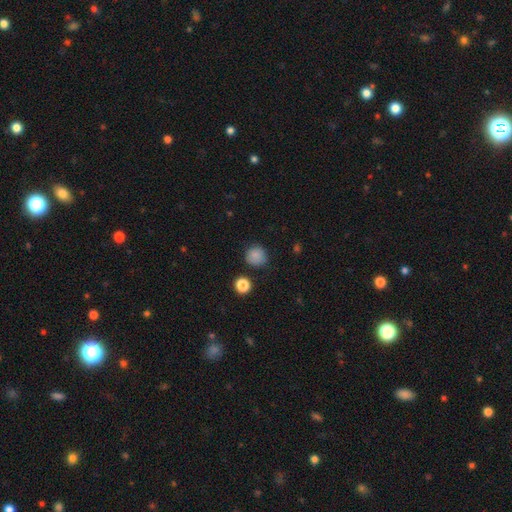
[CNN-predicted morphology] A smooth galaxy with no disk features (84%) that is round (91%). Merging: none (79%).